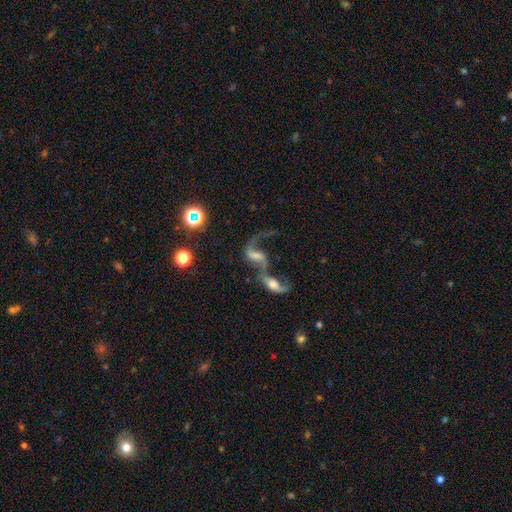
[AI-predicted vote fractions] smooth-or-featured: featured or disk: 68% | smooth: 20% | star or artifact: 12%
  disk-edge-on: no: 95% | yes: 5%
    bar: no: 39% | weak: 38% | strong: 23%
    has-spiral-arms: yes: 82% | no: 18%
      spiral-winding: loose: 82% | medium: 15% | tight: 4%
      spiral-arm-count: 2: 63% | 1: 29% | can't tell: 5% | 3: 1% | 4: 1% | more than 4: 1%
    bulge-size: none: 35% | moderate: 26% | small: 20% | large: 16% | dominant: 3%
  merging: merger: 69% | none: 13% | major disturbance: 13% | minor disturbance: 5%